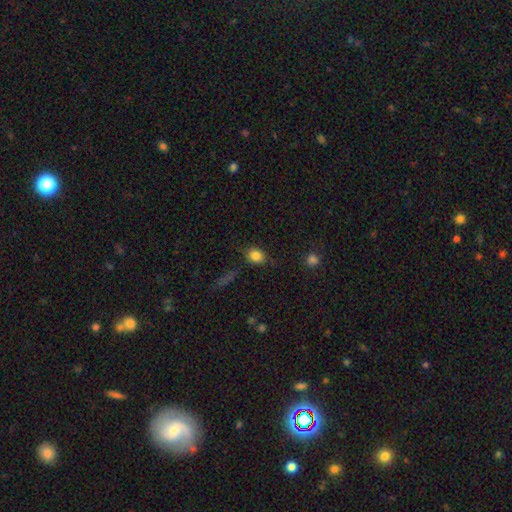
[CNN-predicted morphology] Smooth or featured?
  - smooth: 83% *
  - star or artifact: 10%
  - featured or disk: 7%
How rounded?
  - in between: 51% *
  - round: 47%
  - cigar-shaped: 2%
Merging?
  - none: 75% *
  - minor disturbance: 17%
  - major disturbance: 5%
  - merger: 3%